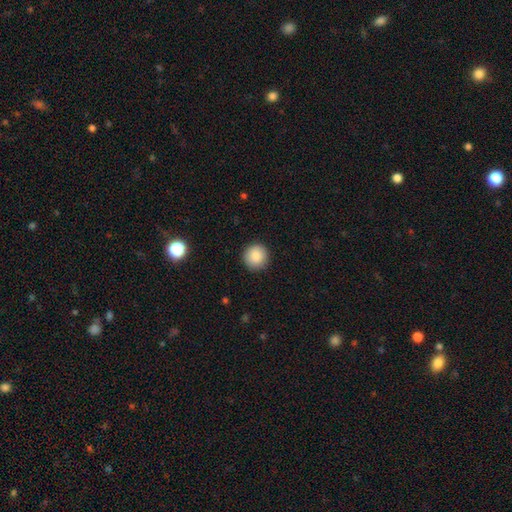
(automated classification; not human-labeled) Smooth or featured? smooth (87%)
How rounded? round (96%)
Merging? none (91%)